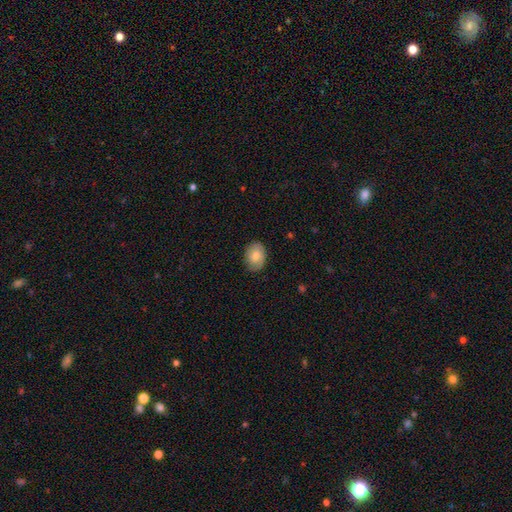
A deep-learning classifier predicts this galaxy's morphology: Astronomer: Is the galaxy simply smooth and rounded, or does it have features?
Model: smooth — 76%.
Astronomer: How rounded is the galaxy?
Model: in between — 70%.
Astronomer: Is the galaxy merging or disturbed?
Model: none — 85%.